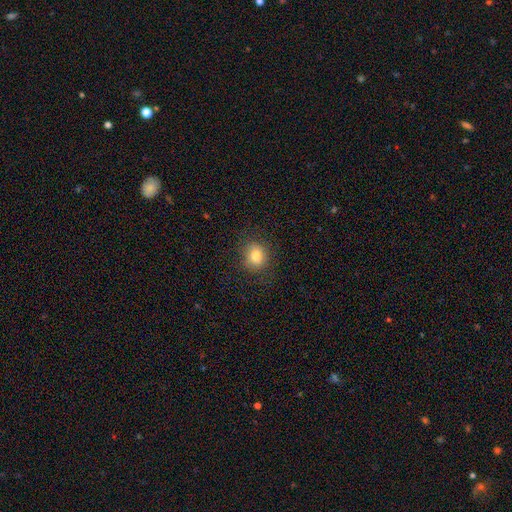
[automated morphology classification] smooth_or_featured: smooth (p=0.81) [alt: star or artifact p=0.12]
how_rounded: round (p=0.73) [alt: in between p=0.26]
merging: none (p=0.84) [alt: minor disturbance p=0.11]